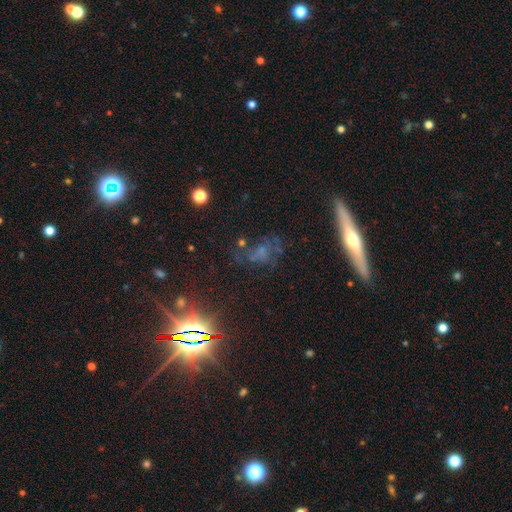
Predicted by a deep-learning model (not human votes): smooth-or-featured: star or artifact: 41% | featured or disk: 37% | smooth: 22%